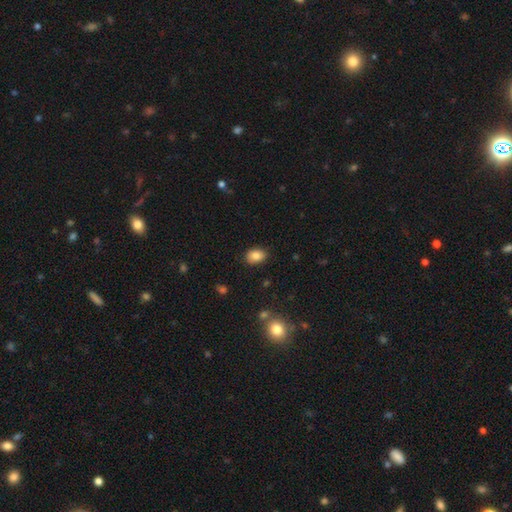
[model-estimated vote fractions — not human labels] smooth_or_featured: smooth (p=0.86) [alt: star or artifact p=0.09]
how_rounded: in between (p=0.78) [alt: round p=0.21]
merging: none (p=0.86) [alt: minor disturbance p=0.10]